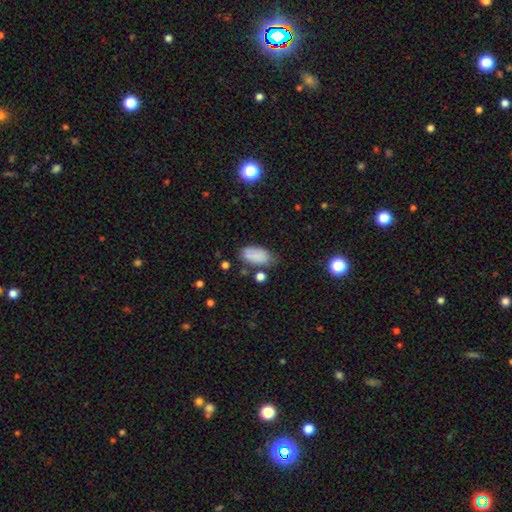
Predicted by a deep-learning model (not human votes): smooth-or-featured: smooth: 83% | star or artifact: 9% | featured or disk: 8%
  how-rounded: in between: 93% | round: 4% | cigar-shaped: 3%
  merging: none: 63% | minor disturbance: 24% | major disturbance: 7% | merger: 6%